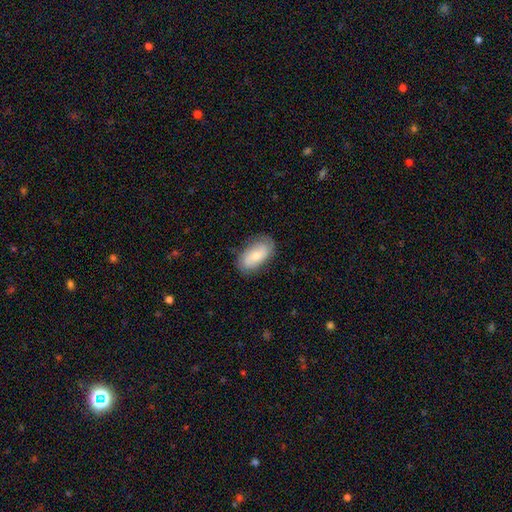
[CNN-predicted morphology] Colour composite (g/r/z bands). It shows a smooth galaxy with no disk features (59%) that is in between round and cigar-shaped (92%). Merging: none (76%).